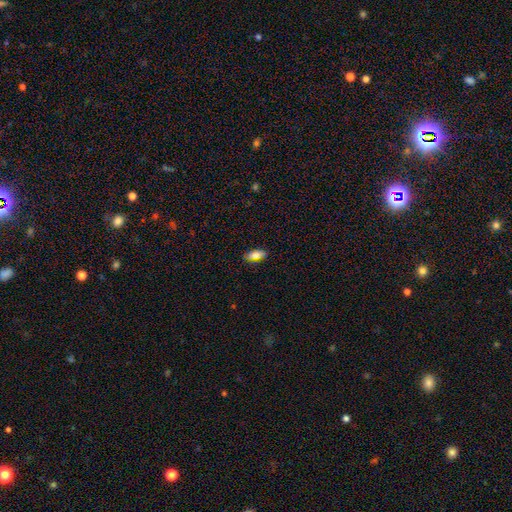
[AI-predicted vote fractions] Overall: smooth (76%). How rounded: in between (80%). Merging: none (84%).